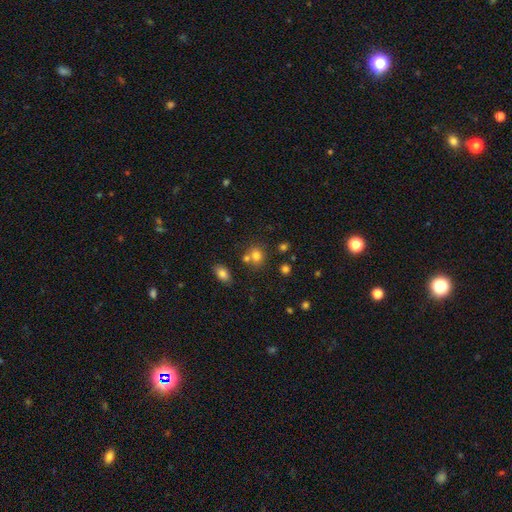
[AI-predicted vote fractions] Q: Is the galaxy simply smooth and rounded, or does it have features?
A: smooth — 76%.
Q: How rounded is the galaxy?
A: round — 70%.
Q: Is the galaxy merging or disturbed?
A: none — 59%.